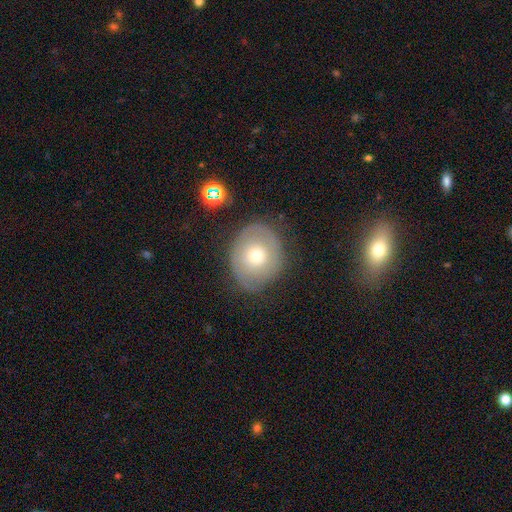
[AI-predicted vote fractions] smooth_or_featured: smooth (p=0.50) [alt: featured or disk p=0.41]
how_rounded: round (p=0.67) [alt: in between p=0.32]
merging: none (p=0.72) [alt: minor disturbance p=0.19]